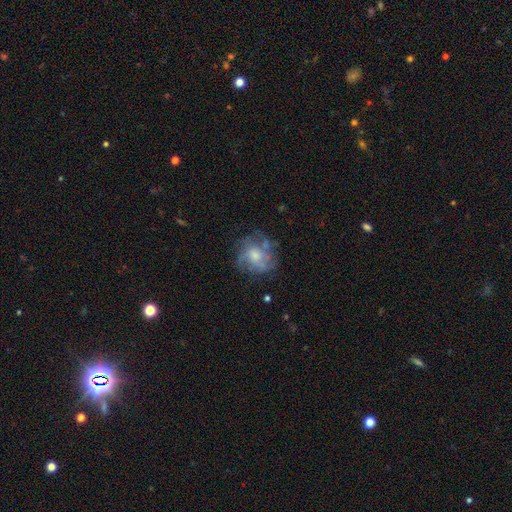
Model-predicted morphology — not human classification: This is possibly a featured or disk galaxy (51%). It is clearly not viewed edge-on (97%). Bar: clearly no (81%). Spiral arm pattern: possibly yes (53%). Central bulge: possibly moderate (51%). Merging: possibly none (56%).